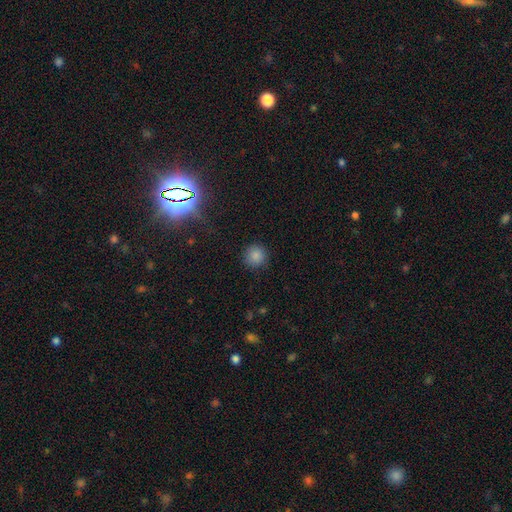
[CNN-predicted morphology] The model was most divided on "smooth or featured": smooth: 85%, star or artifact: 12%, featured or disk: 3%. More confident: how rounded — round (94%); merging — none (91%).